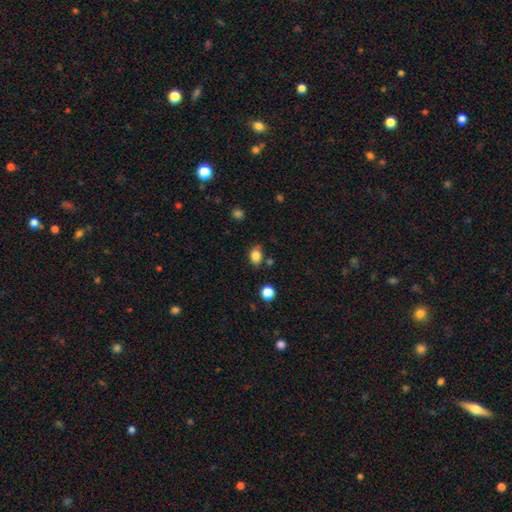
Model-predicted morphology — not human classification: Smooth or featured? smooth (84%)
How rounded? in between (71%)
Merging? none (75%)